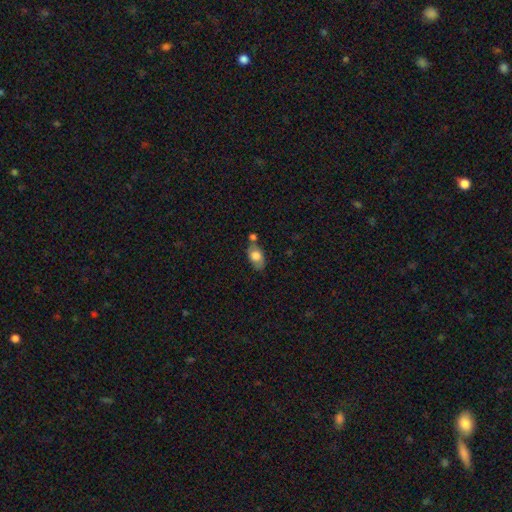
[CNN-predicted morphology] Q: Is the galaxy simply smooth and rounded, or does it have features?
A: smooth — 74%.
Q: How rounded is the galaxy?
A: in between — 87%.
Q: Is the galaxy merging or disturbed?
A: none — 55%.